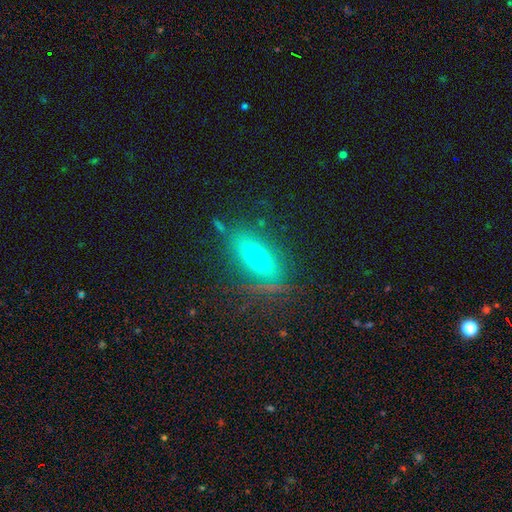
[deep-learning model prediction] Smooth or featured?
  - smooth: 47% *
  - featured or disk: 39%
  - star or artifact: 14%
Merging?
  - none: 78% *
  - minor disturbance: 14%
  - major disturbance: 6%
  - merger: 2%